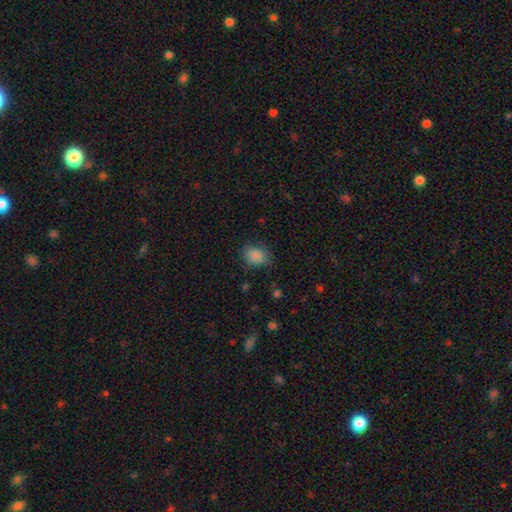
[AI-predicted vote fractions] This appears to be a smooth galaxy with no disk features (87%) that is in between round and cigar-shaped (60%). Merging: none (75%).